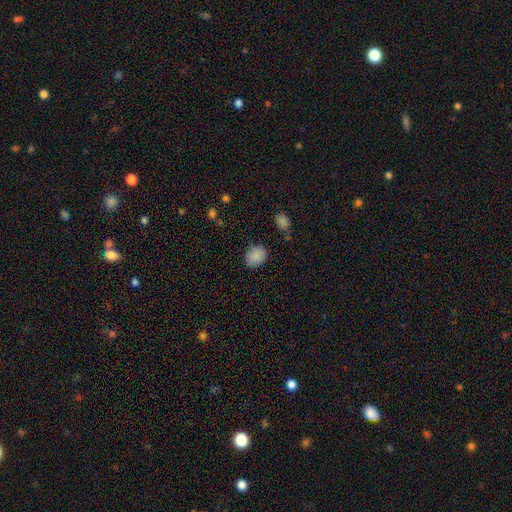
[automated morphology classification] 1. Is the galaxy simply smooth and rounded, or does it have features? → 87% smooth, 9% star or artifact, 4% featured or disk.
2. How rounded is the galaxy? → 52% round, 47% in between, 1% cigar-shaped.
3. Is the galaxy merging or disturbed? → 81% none, 14% minor disturbance, 3% major disturbance, 2% merger.